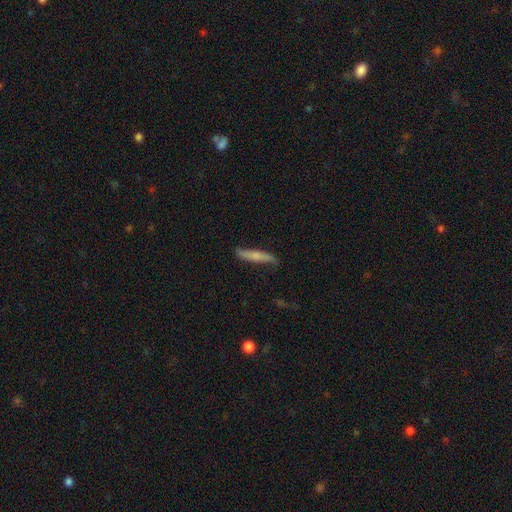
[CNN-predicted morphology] Smooth or featured: smooth — 53% (featured or disk — 41%)
How rounded: cigar-shaped — 88% (in between — 10%)
Merging: none — 75% (minor disturbance — 19%)